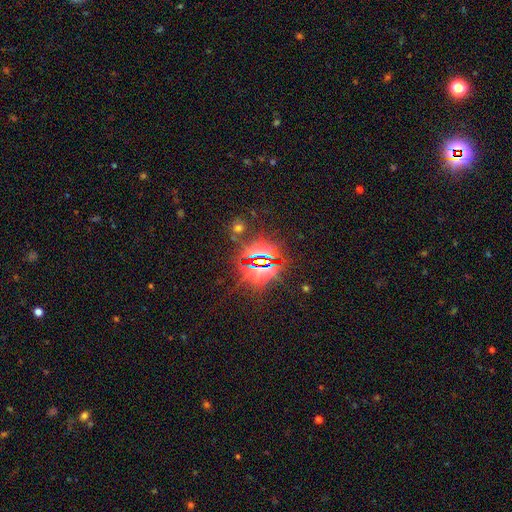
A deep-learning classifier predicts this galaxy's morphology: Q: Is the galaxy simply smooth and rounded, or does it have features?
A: star or artifact — 82%.